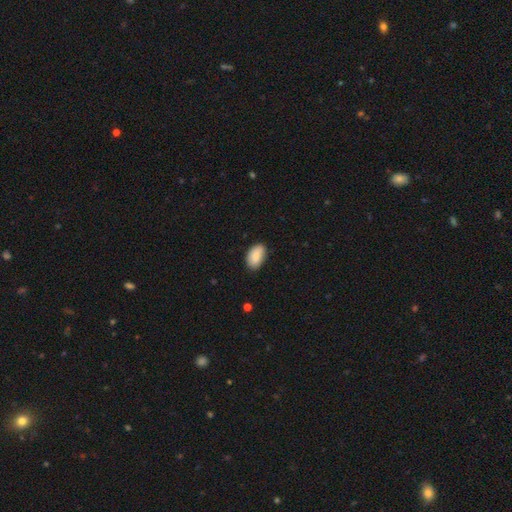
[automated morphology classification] Smooth or featured?
  - smooth: 88% *
  - star or artifact: 6%
  - featured or disk: 5%
How rounded?
  - in between: 94% *
  - round: 4%
  - cigar-shaped: 2%
Merging?
  - none: 83% *
  - minor disturbance: 14%
  - major disturbance: 2%
  - merger: 1%